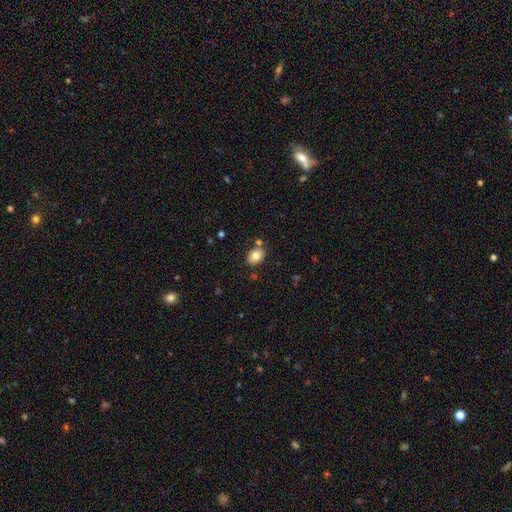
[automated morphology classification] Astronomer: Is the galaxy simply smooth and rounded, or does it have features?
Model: smooth — 80%.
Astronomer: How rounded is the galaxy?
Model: in between — 59% (runner-up: round, 41%).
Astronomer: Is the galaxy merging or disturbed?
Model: none — 74%.